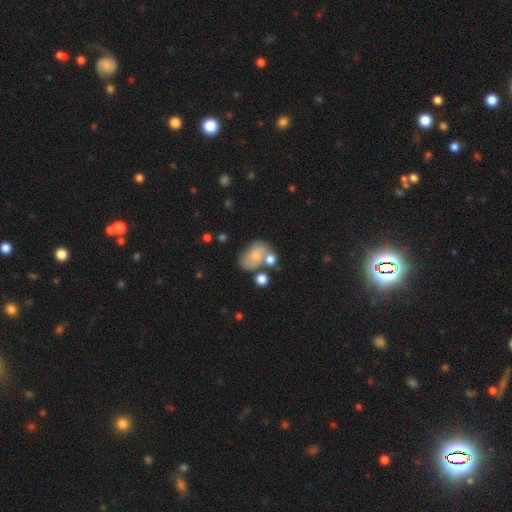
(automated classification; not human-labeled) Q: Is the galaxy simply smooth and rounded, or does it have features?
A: smooth — 60%.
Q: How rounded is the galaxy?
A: in between — 81%.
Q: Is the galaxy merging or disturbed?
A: none — 40%.